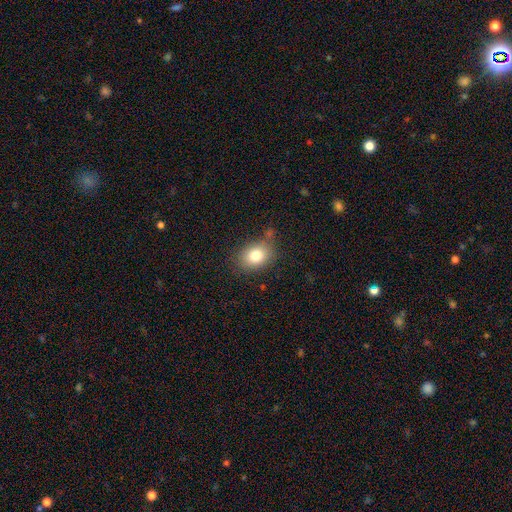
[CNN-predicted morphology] type=smooth (80%); roundness=in between (66%); merging=none (75%).